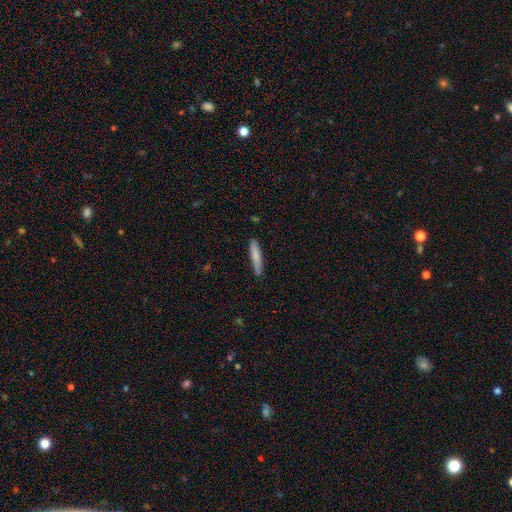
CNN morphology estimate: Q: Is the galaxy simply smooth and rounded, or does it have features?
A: smooth — 76%.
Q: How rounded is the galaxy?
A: cigar-shaped — 90%.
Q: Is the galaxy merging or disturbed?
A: none — 83%.